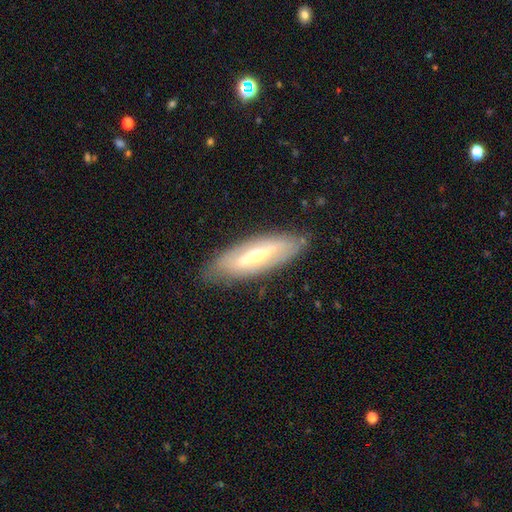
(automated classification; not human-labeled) Smooth or featured: featured or disk — 66% (smooth — 28%)
Edge-on disk: no — 61% (yes — 39%)
Merging: none — 82% (minor disturbance — 13%)